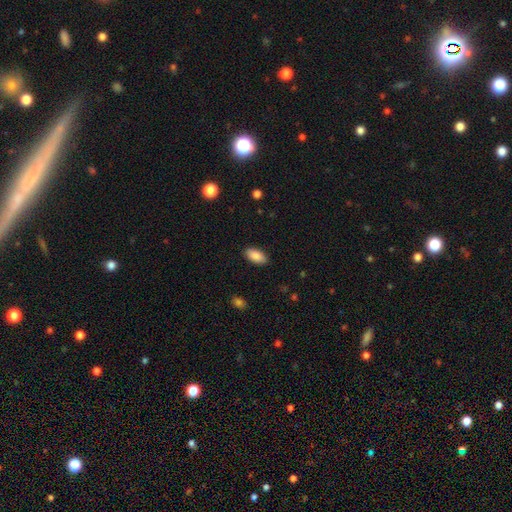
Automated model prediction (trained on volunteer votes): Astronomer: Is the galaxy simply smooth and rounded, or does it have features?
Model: smooth — 88%.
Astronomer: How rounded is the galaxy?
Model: in between — 94%.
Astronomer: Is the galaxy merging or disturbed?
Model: none — 89%.